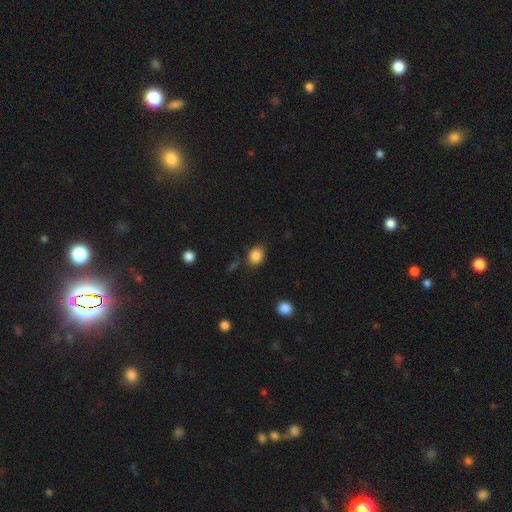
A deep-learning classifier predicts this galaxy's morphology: Smooth or featured? smooth (85%)
How rounded? round (52%)
Merging? none (79%)